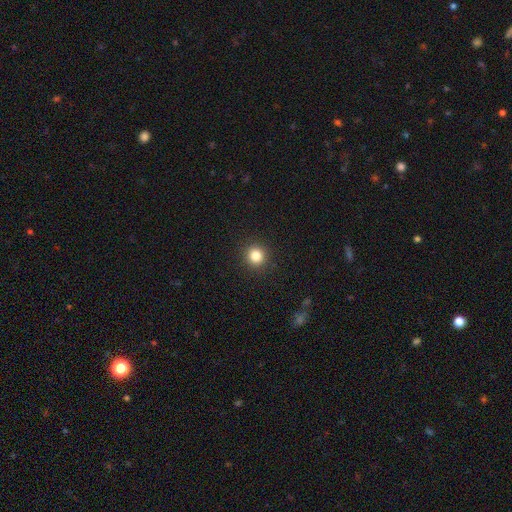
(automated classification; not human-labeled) This is clearly a smooth galaxy (84%). How rounded: clearly round (93%). Merging: clearly none (92%).